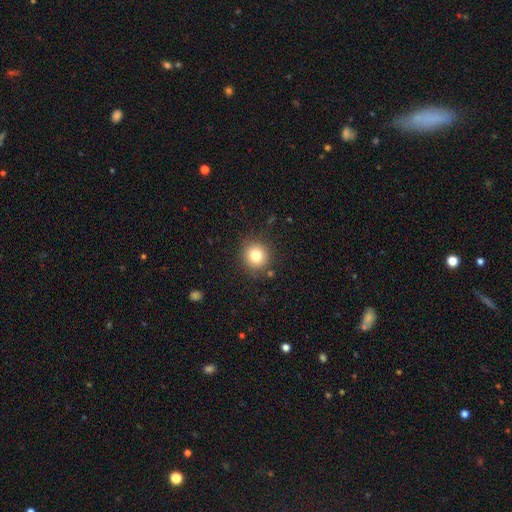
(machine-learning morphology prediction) Overall: smooth (80%). How rounded: round (91%). Merging: none (87%).